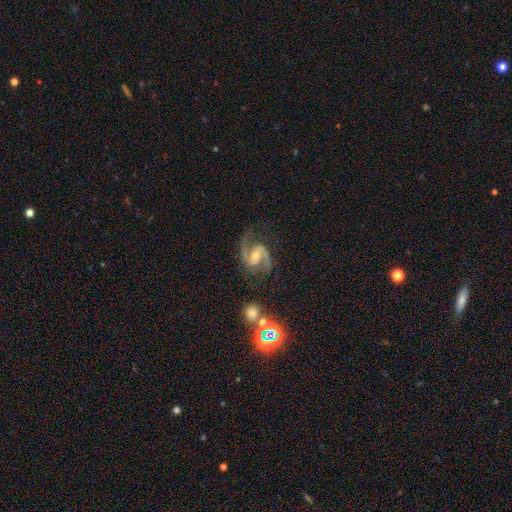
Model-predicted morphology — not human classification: smooth-or-featured: featured or disk: 92% | star or artifact: 5% | smooth: 3%
  disk-edge-on: no: 98% | yes: 2%
    bar: weak: 45% | no: 29% | strong: 26%
    has-spiral-arms: yes: 98% | no: 2%
      spiral-winding: medium: 64% | loose: 21% | tight: 14%
      spiral-arm-count: 2: 93% | 3: 2% | can't tell: 2% | 1: 1% | 4: 1% | more than 4: 1%
    bulge-size: moderate: 51% | small: 44% | large: 2% | none: 2% | dominant: 1%
  merging: none: 73% | minor disturbance: 16% | major disturbance: 8% | merger: 3%